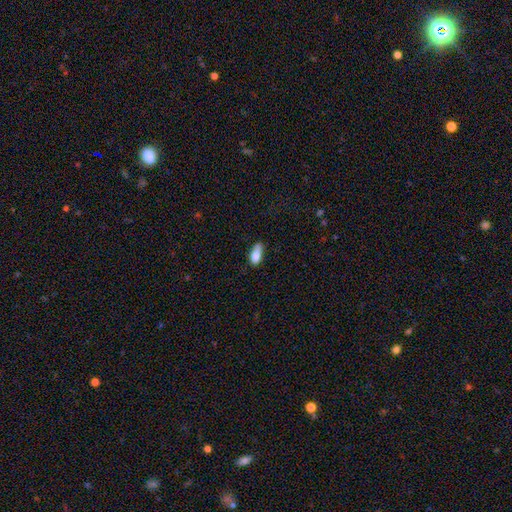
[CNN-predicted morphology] Overall: smooth (80%). How rounded: in between (80%). Merging: none (47%; minor disturbance 37%).